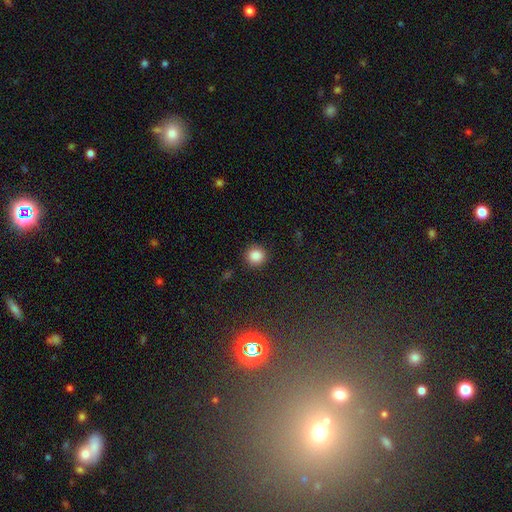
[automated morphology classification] This appears to be a smooth galaxy with no disk features (87%) that is round (93%). Merging: none (90%).